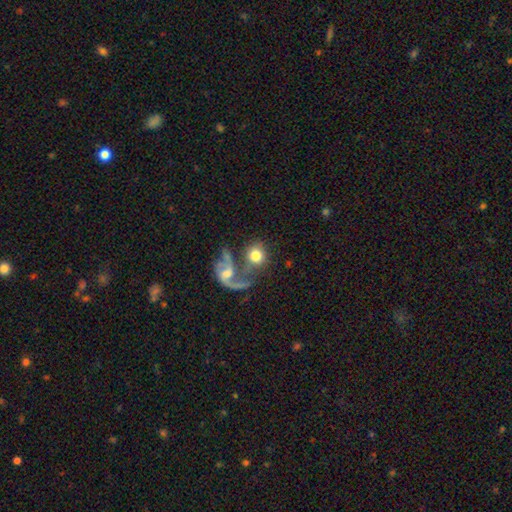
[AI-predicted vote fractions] This is likely a smooth galaxy (65%). How rounded: likely round (78%). Merging: marginally merger (44%).